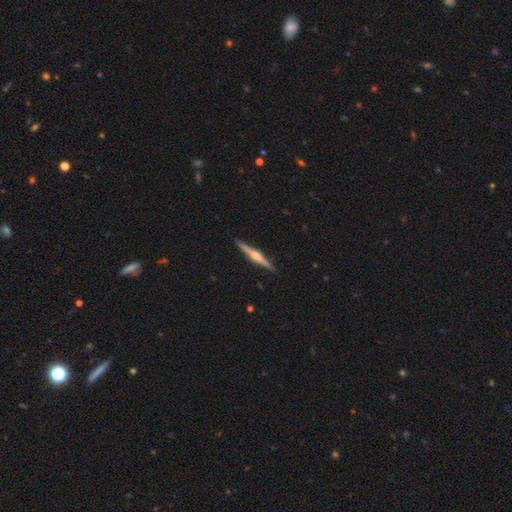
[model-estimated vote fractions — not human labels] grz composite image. It shows a featured or disk galaxy (76%) viewed edge-on (98%) with a rounded central bulge (89%). Merging: none (92%).